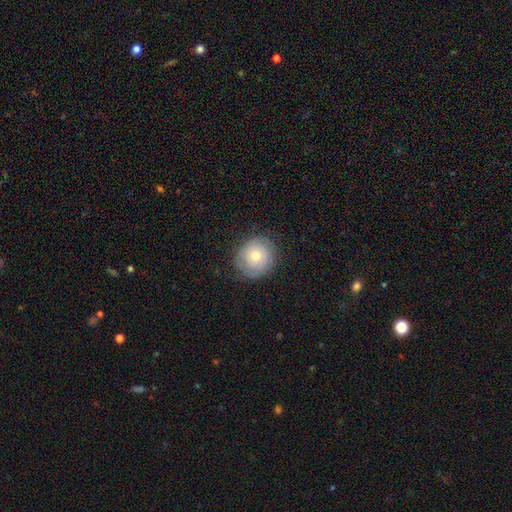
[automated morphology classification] smooth-or-featured: smooth: 57% | featured or disk: 35% | star or artifact: 8%
  how-rounded: round: 87% | in between: 12% | cigar-shaped: 1%
  merging: none: 77% | minor disturbance: 17% | major disturbance: 5% | merger: 1%